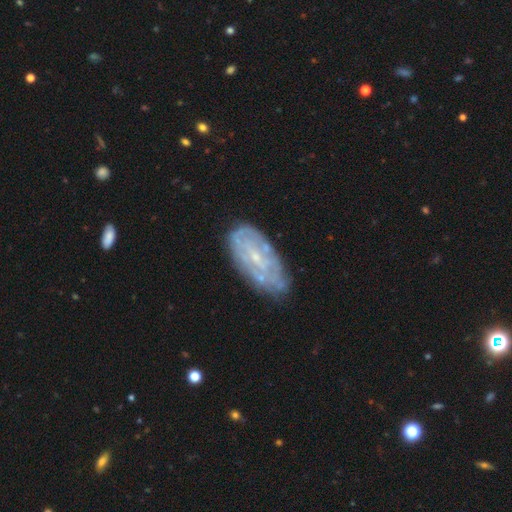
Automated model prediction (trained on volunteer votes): Smooth or featured?
  - featured or disk: 67% *
  - smooth: 22%
  - star or artifact: 11%
Edge-on disk?
  - no: 89% *
  - yes: 11%
Bar?
  - no: 52% *
  - weak: 36%
  - strong: 12%
Spiral arms?
  - yes: 72% *
  - no: 28%
Bulge size?
  - small: 76% *
  - moderate: 16%
  - none: 5%
  - large: 1%
  - dominant: 1%
Merging?
  - none: 74% *
  - minor disturbance: 18%
  - major disturbance: 6%
  - merger: 2%